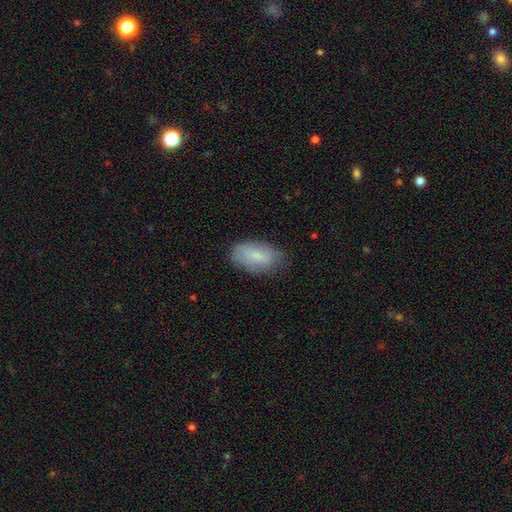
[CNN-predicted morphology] The model was most divided on "merging": none: 74%, minor disturbance: 21%, major disturbance: 4%, merger: 1%. More confident: how rounded — in between (94%); smooth or featured — smooth (79%).